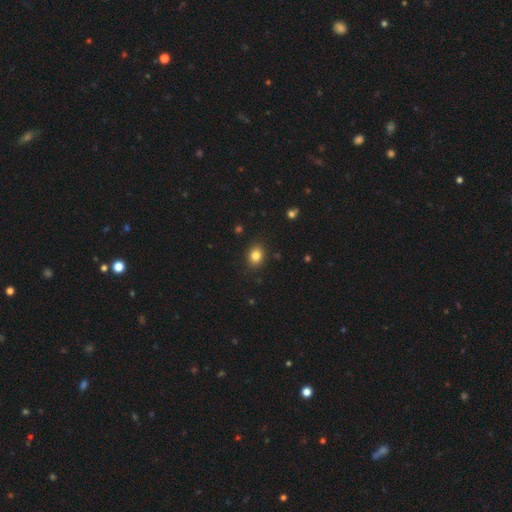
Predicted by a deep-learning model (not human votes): Smooth or featured? Predicted: smooth (p=0.83). How rounded? Predicted: in between (p=0.53). Merging? Predicted: none (p=0.89).